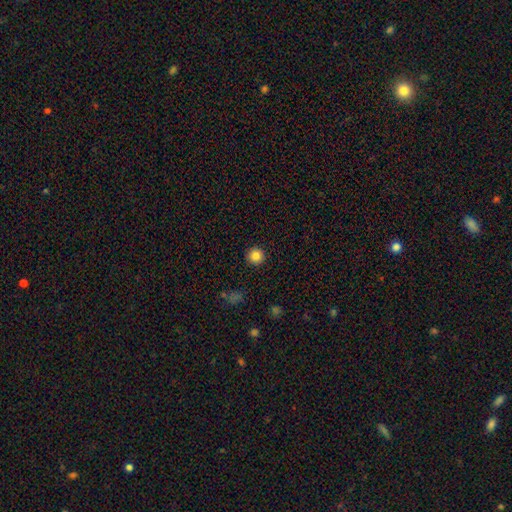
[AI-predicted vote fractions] Overall: smooth (83%). How rounded: round (96%). Merging: none (92%).